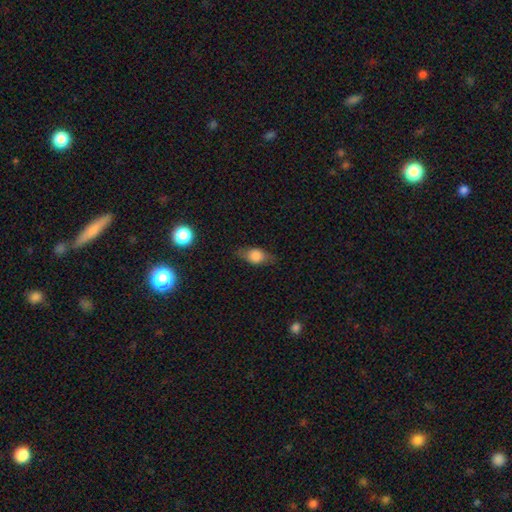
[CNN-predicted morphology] smooth_or_featured: smooth (p=0.67) [alt: featured or disk p=0.24]
how_rounded: in between (p=0.71) [alt: round p=0.20]
merging: none (p=0.74) [alt: minor disturbance p=0.18]